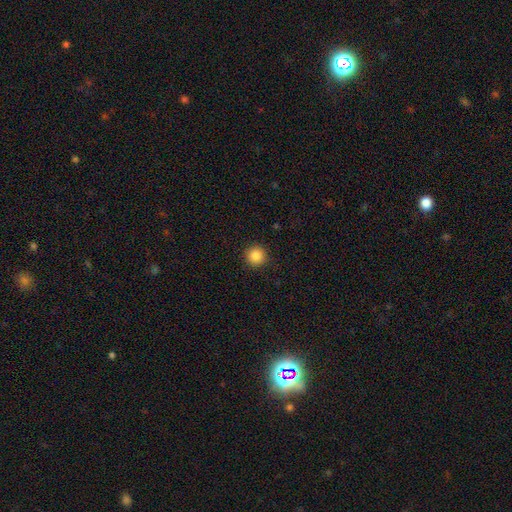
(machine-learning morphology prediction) A smooth galaxy with no disk features (87%) that is round (95%). Merging: none (92%).